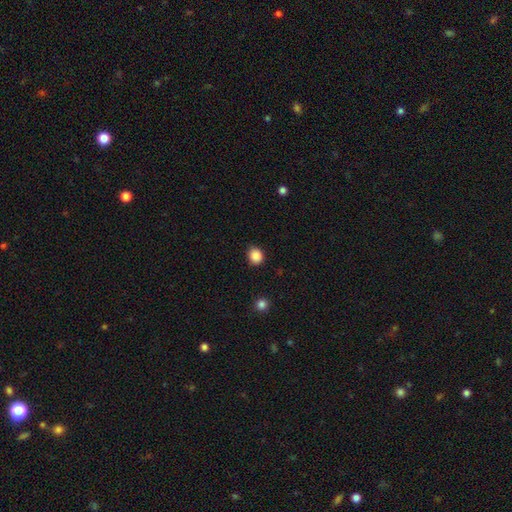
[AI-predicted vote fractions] Q: Smooth or featured?
A: smooth (87%); runner-up: star or artifact (10%)
Q: How rounded?
A: round (72%); runner-up: in between (27%)
Q: Merging?
A: none (85%); runner-up: minor disturbance (12%)